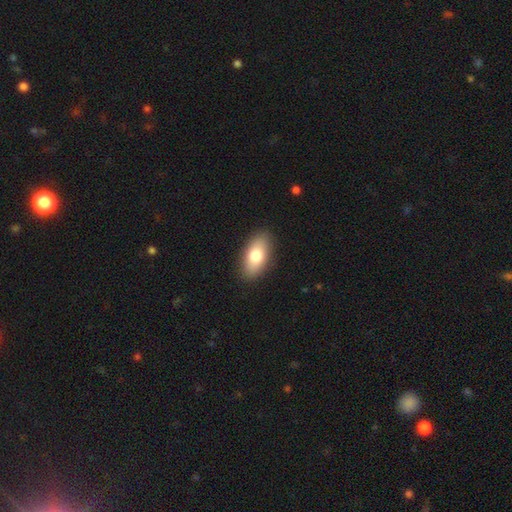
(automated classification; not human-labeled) Smooth or featured: smooth — 77% (featured or disk — 16%)
How rounded: in between — 90% (cigar-shaped — 6%)
Merging: none — 89% (minor disturbance — 8%)